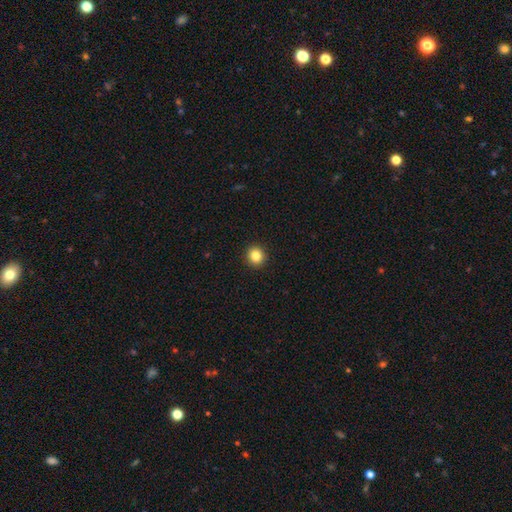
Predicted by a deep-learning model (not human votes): This appears to be a smooth galaxy with no disk features (85%) that is round (91%). Merging: none (93%).